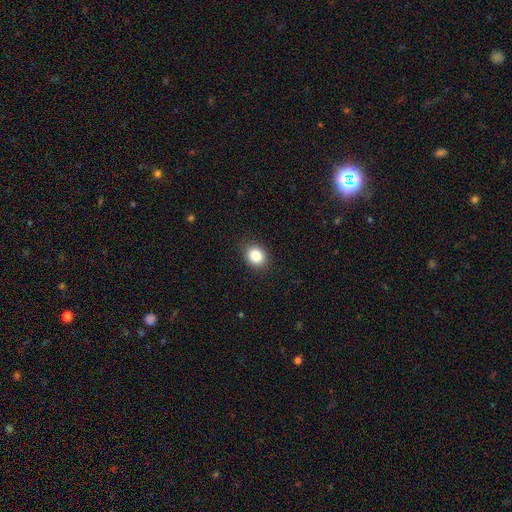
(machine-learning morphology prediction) Smooth or featured: smooth — 85% (star or artifact — 10%)
How rounded: round — 59% (in between — 41%)
Merging: none — 90% (minor disturbance — 7%)